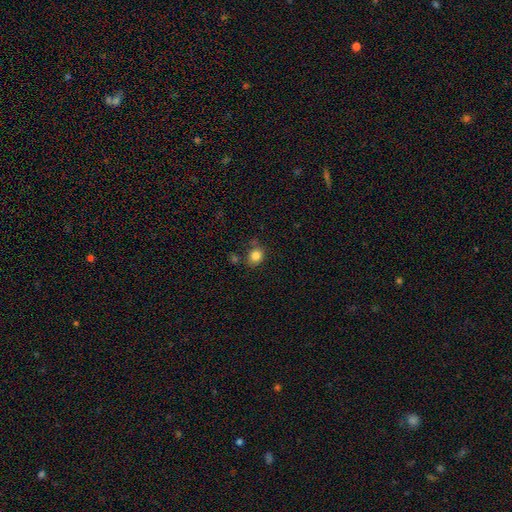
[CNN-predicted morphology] A smooth galaxy with no disk features (84%) that is round (67%).

Vote fractions:
- Smooth or featured? smooth: 84% / star or artifact: 11% / featured or disk: 5%
- How rounded? round: 67% / in between: 33% / cigar-shaped: 1%
- Merging? none: 74% / minor disturbance: 15% / merger: 7% / major disturbance: 4%